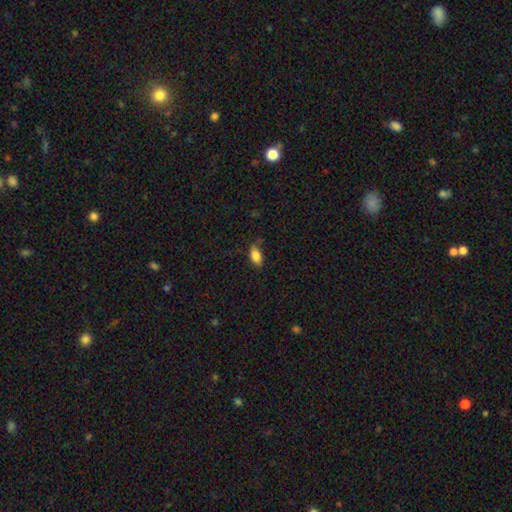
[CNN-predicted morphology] Smooth or featured: smooth — 86% (star or artifact — 8%)
How rounded: in between — 90% (round — 5%)
Merging: none — 71% (minor disturbance — 22%)